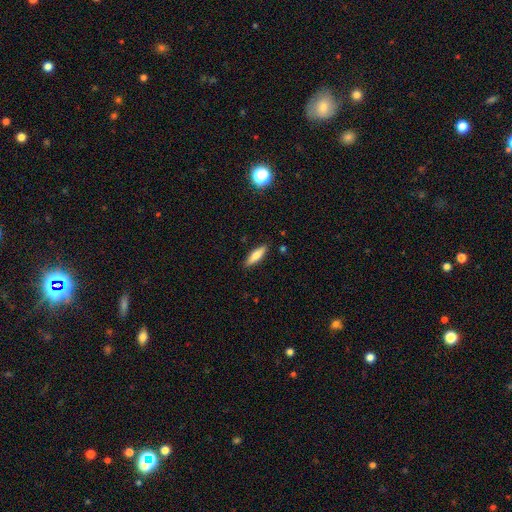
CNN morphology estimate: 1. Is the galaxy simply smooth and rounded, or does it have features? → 70% smooth, 23% featured or disk, 7% star or artifact.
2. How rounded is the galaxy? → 61% cigar-shaped, 37% in between, 2% round.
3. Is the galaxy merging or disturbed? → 88% none, 9% minor disturbance, 2% major disturbance, 1% merger.